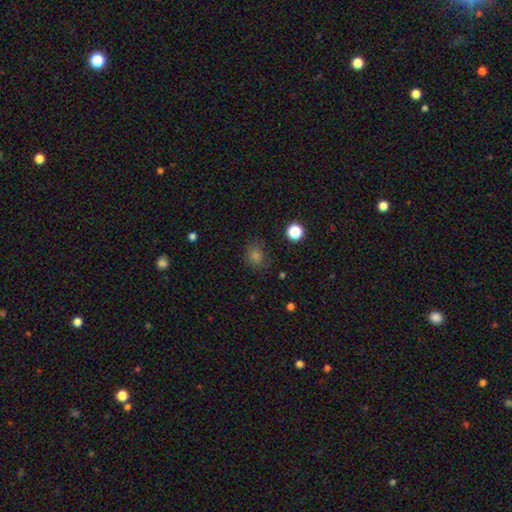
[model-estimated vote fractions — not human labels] Smooth or featured?
  - smooth: 69% *
  - star or artifact: 24%
  - featured or disk: 6%
How rounded?
  - round: 67% *
  - in between: 32%
  - cigar-shaped: 1%
Merging?
  - none: 80% *
  - minor disturbance: 14%
  - major disturbance: 4%
  - merger: 2%